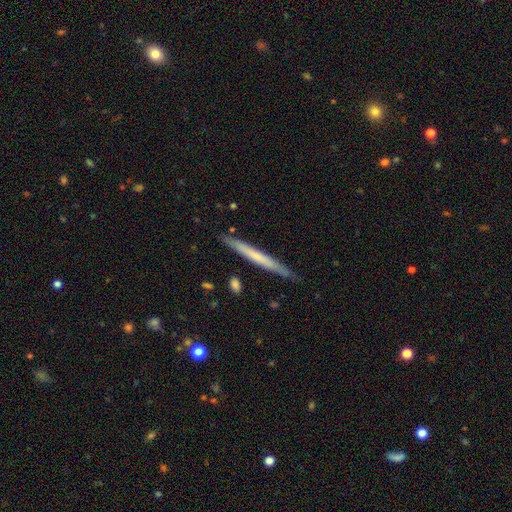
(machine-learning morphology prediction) Overall: smooth (52%; featured or disk 43%). How rounded: cigar-shaped (97%). Merging: none (88%).